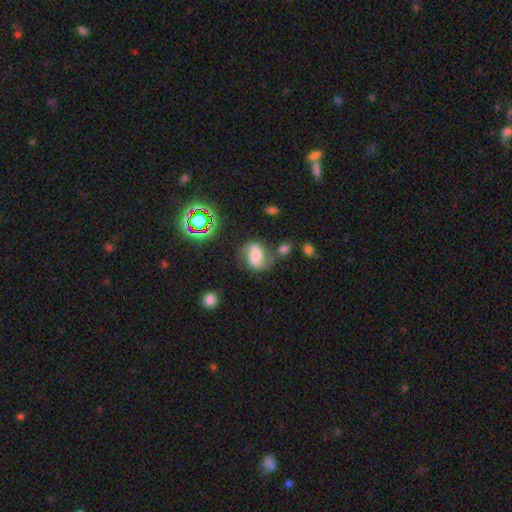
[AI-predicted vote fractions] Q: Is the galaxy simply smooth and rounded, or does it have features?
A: featured or disk — 70%.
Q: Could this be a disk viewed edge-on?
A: no — 97%.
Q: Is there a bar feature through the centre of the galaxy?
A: weak — 39%.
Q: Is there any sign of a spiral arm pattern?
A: yes — 92%.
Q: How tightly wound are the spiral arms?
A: medium — 45%.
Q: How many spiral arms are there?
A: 2 — 90%.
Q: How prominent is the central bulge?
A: moderate — 50%.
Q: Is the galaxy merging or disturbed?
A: none — 60%.